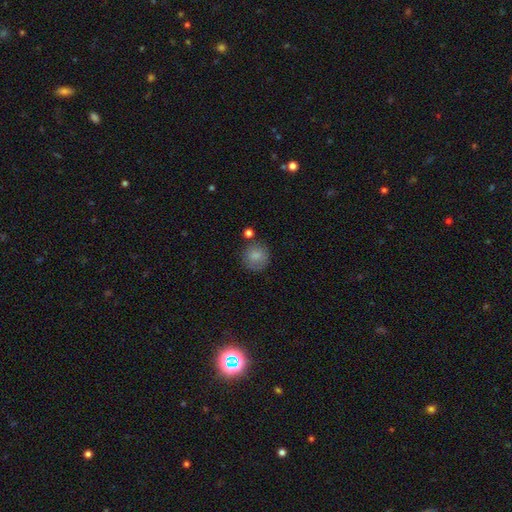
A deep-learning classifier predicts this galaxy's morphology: Smooth or featured: smooth — 83% (star or artifact — 9%)
How rounded: round — 91% (in between — 8%)
Merging: none — 74% (minor disturbance — 14%)